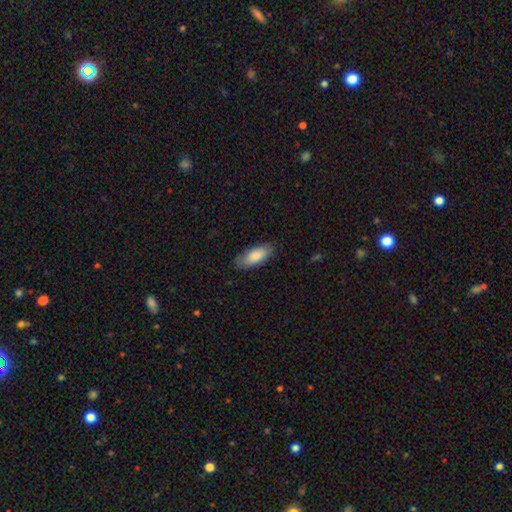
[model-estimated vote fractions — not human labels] A smooth galaxy with no disk features (86%) that is in between round and cigar-shaped (79%).

Vote fractions:
- Smooth or featured? smooth: 86% / featured or disk: 8% / star or artifact: 6%
- How rounded? in between: 79% / cigar-shaped: 20% / round: 2%
- Merging? none: 83% / minor disturbance: 14% / major disturbance: 3% / merger: 1%